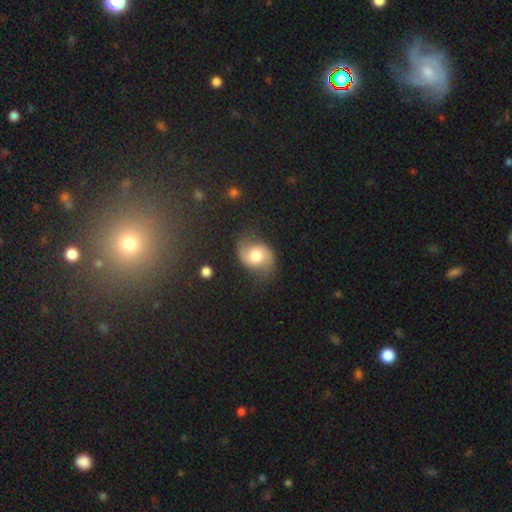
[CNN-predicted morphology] featured or disk 58%, smooth 34%, star or artifact 8%. Down the decision tree: edge-on disk — no (97%); bar — no (62%); spiral arms — yes (87%); bulge size — moderate (64%); merging — none (68%).